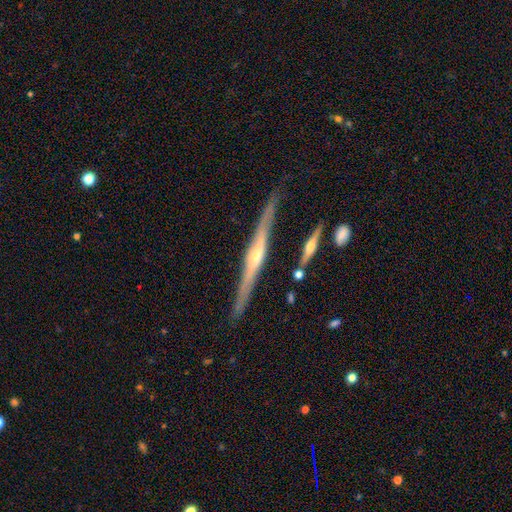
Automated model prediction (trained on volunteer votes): This appears to be a featured or disk galaxy (81%) viewed edge-on (97%) with a rounded central bulge (80%). Merging: none (84%).